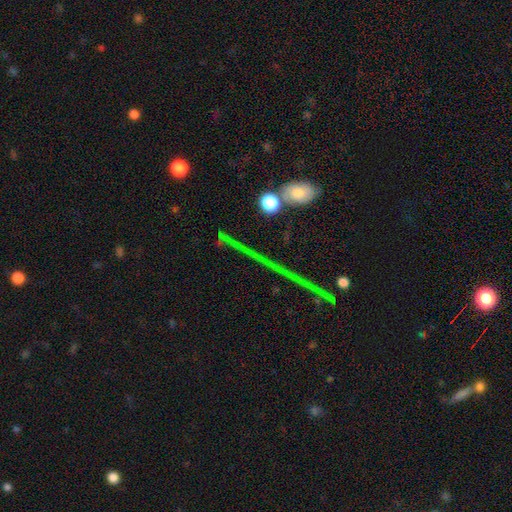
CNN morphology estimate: Overall: star or artifact (56%; featured or disk 25%).